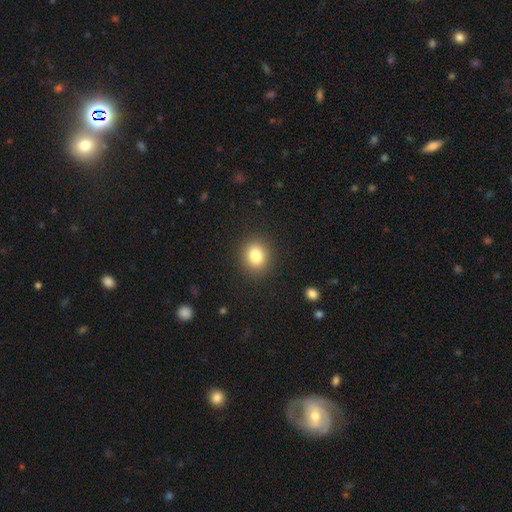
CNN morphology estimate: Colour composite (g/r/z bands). It shows a smooth galaxy with no disk features (83%) that is round (62%). Merging: none (87%).